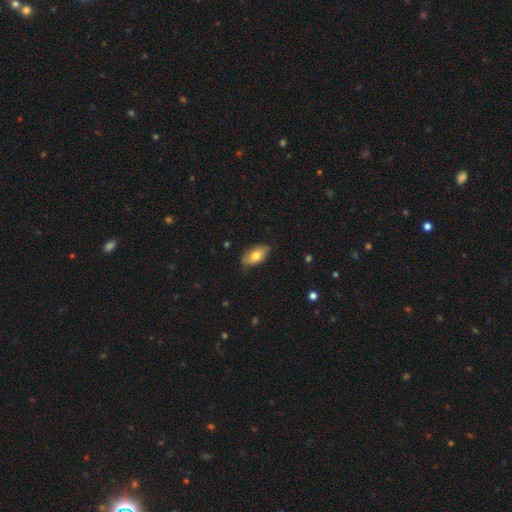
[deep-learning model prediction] This appears to be a smooth galaxy with no disk features (73%) that is in between round and cigar-shaped (91%). Merging: none (78%).